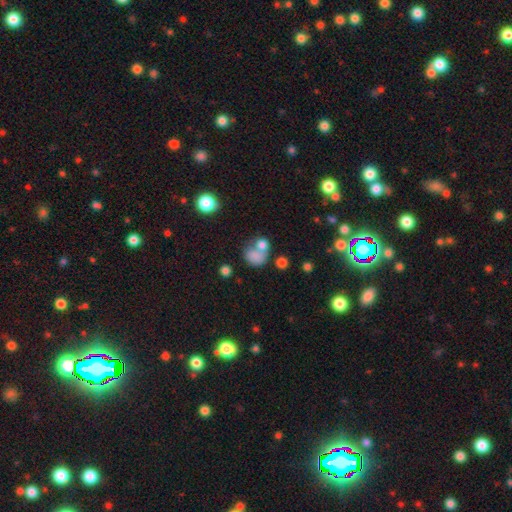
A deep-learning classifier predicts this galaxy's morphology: smooth_or_featured: smooth (p=0.76) [alt: star or artifact p=0.12]
how_rounded: round (p=0.63) [alt: in between p=0.36]
merging: merger (p=0.41) [alt: none p=0.35]